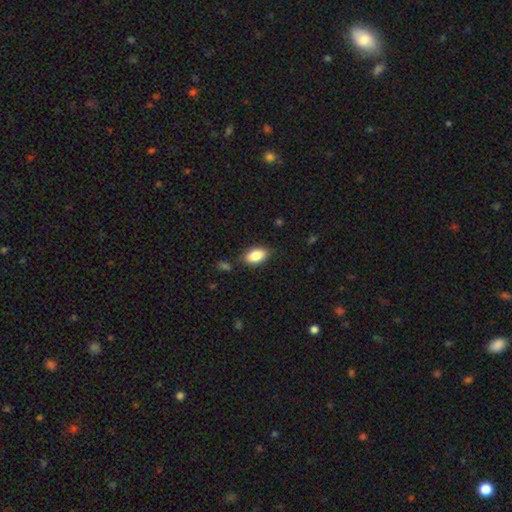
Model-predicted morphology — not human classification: A smooth galaxy with no disk features (84%) that is in between round and cigar-shaped (91%). Merging: none (83%).